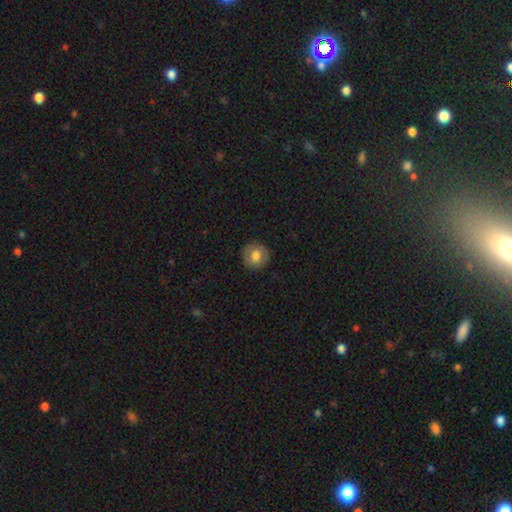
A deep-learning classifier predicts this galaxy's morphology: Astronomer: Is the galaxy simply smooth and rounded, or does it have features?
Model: smooth — 72%.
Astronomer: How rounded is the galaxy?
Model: round — 92%.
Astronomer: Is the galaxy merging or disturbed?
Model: none — 88%.